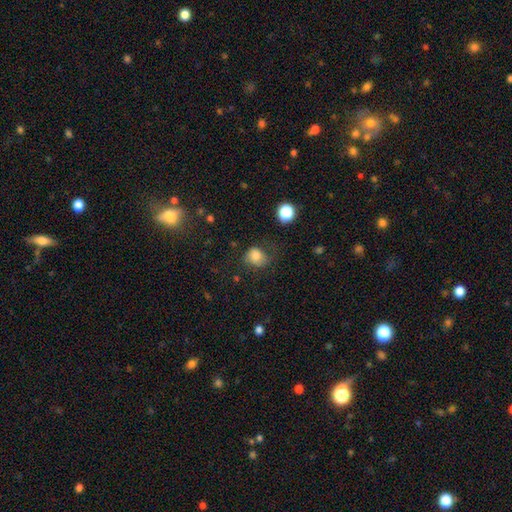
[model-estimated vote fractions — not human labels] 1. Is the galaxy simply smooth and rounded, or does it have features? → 69% smooth, 19% featured or disk, 12% star or artifact.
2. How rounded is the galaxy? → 62% round, 37% in between, 1% cigar-shaped.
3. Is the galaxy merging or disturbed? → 52% none, 26% minor disturbance, 19% major disturbance, 2% merger.